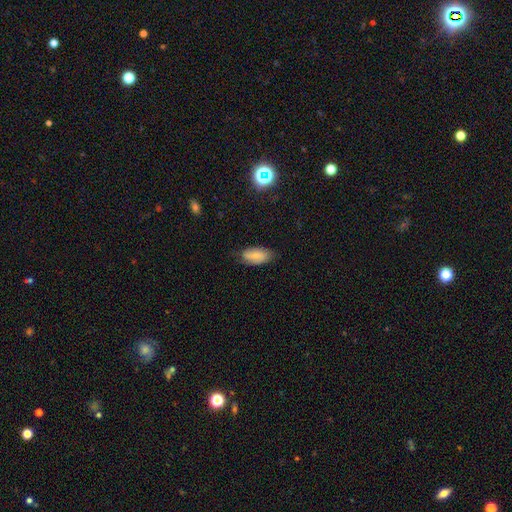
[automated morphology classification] Smooth or featured? smooth (60%)
How rounded? in between (91%)
Merging? none (74%)